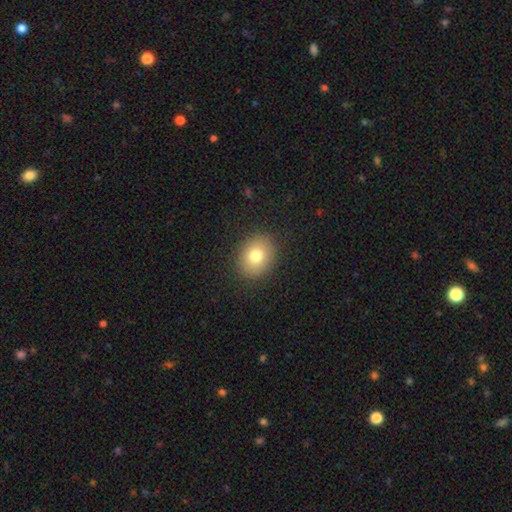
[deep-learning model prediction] Smooth or featured? Predicted: smooth (p=0.78). How rounded? Predicted: round (p=0.58). Merging? Predicted: none (p=0.89).